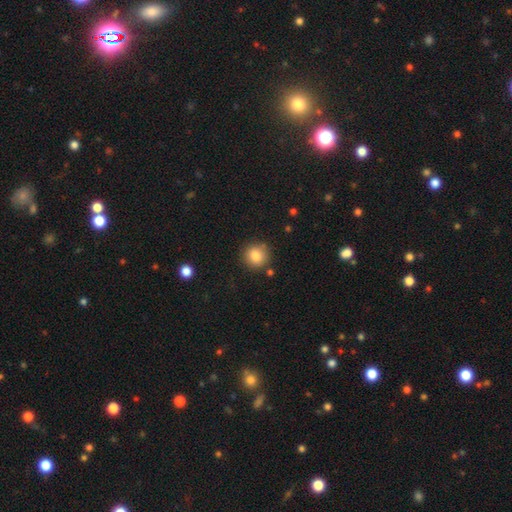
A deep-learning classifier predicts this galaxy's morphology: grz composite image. It shows a smooth galaxy with no disk features (84%) that is round (91%). Merging: none (83%).